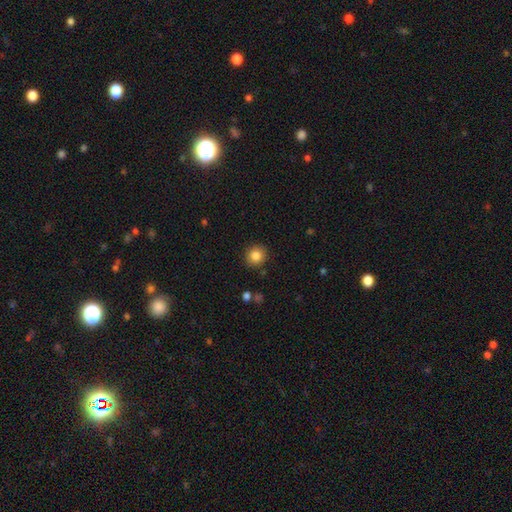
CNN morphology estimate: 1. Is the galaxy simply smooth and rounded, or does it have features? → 84% smooth, 10% star or artifact, 6% featured or disk.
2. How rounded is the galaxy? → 91% round, 8% in between, 1% cigar-shaped.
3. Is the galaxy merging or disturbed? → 90% none, 6% minor disturbance, 2% major disturbance, 2% merger.